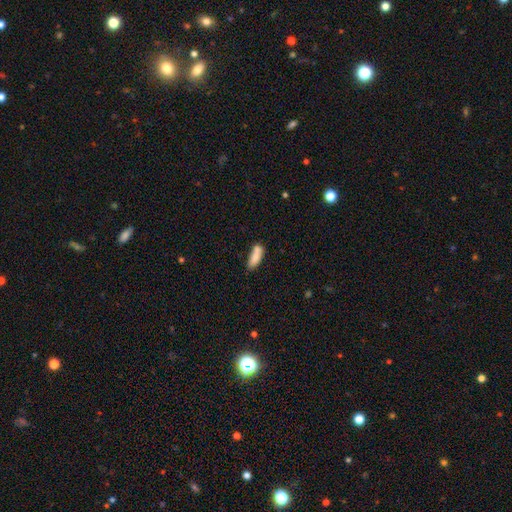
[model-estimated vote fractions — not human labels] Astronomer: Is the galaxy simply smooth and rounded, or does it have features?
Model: smooth — 79%.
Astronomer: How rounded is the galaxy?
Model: in between — 61% (runner-up: cigar-shaped, 37%).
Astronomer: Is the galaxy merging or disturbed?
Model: none — 44% (runner-up: merger, 28%).